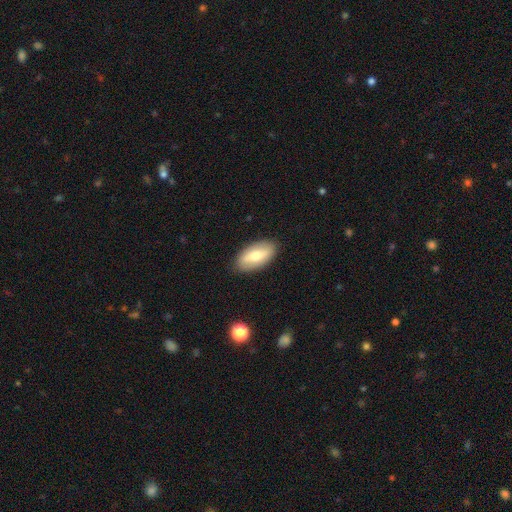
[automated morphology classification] The model was most divided on "smooth or featured": smooth: 63%, featured or disk: 31%, star or artifact: 6%. More confident: how rounded — in between (91%); merging — none (87%).